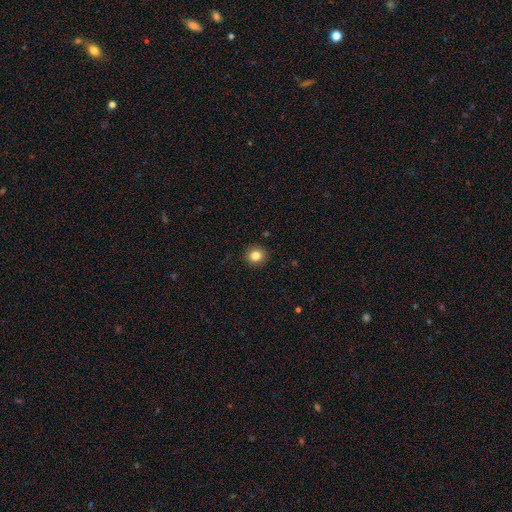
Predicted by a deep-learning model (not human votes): Smooth or featured? smooth (83%)
How rounded? round (88%)
Merging? none (91%)